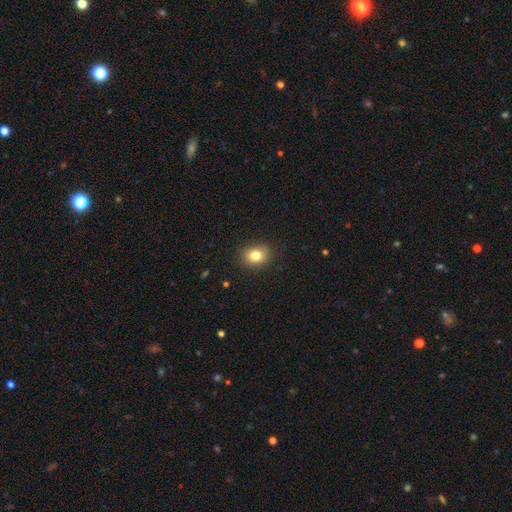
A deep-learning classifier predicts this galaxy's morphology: smooth_or_featured: smooth (p=0.81) [alt: star or artifact p=0.11]
how_rounded: in between (p=0.50) [alt: round p=0.49]
merging: none (p=0.85) [alt: minor disturbance p=0.11]